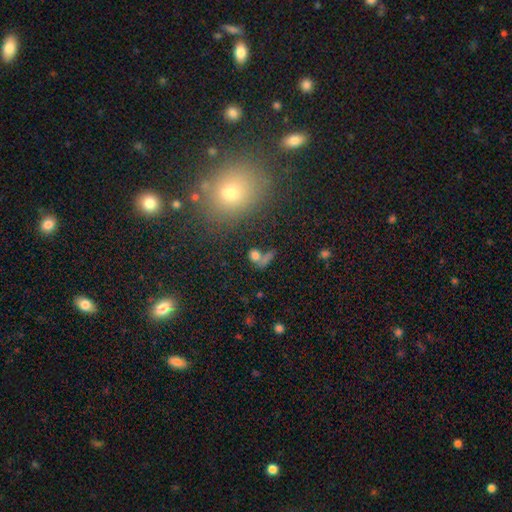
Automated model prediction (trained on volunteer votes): A smooth galaxy with no disk features (74%) that is round (57%).

Vote fractions:
- Smooth or featured? smooth: 74% / star or artifact: 15% / featured or disk: 11%
- How rounded? round: 57% / in between: 38% / cigar-shaped: 5%
- Merging? none: 47% / merger: 30% / minor disturbance: 12% / major disturbance: 10%